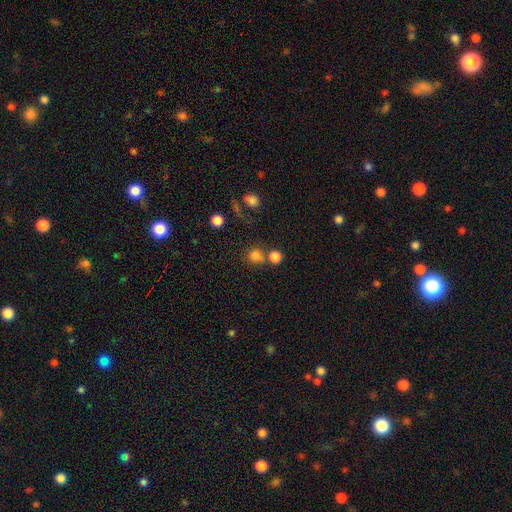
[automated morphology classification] smooth 79%, star or artifact 14%, featured or disk 7%. Down the decision tree: how rounded — round (89%); merging — none (58%).